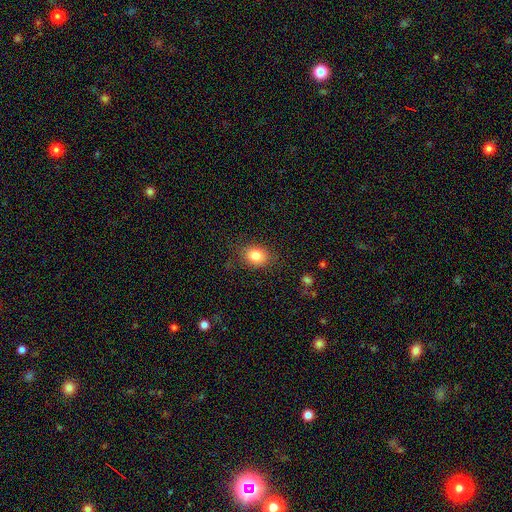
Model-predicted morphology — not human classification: smooth-or-featured: smooth: 83% | star or artifact: 10% | featured or disk: 7%
  how-rounded: in between: 57% | round: 42% | cigar-shaped: 1%
  merging: none: 81% | minor disturbance: 13% | major disturbance: 4% | merger: 1%